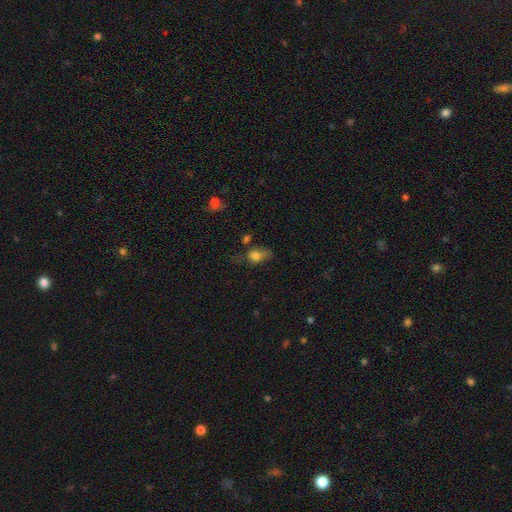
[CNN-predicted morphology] This appears to be a smooth galaxy with no disk features (71%) that is in between round and cigar-shaped (79%). Merging: none (33%).